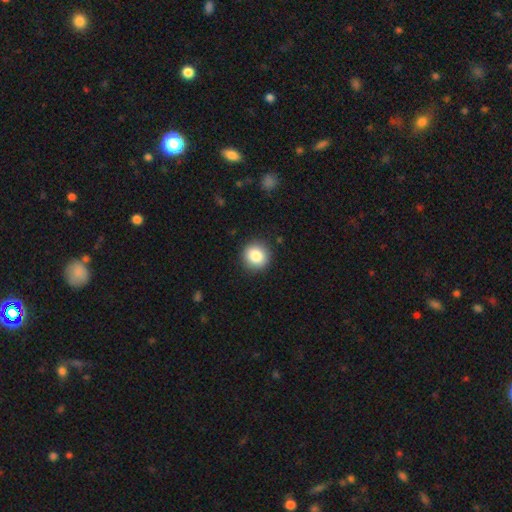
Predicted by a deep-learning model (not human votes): Morphology: type=smooth (85%); roundness=round (91%); merging=none (90%).